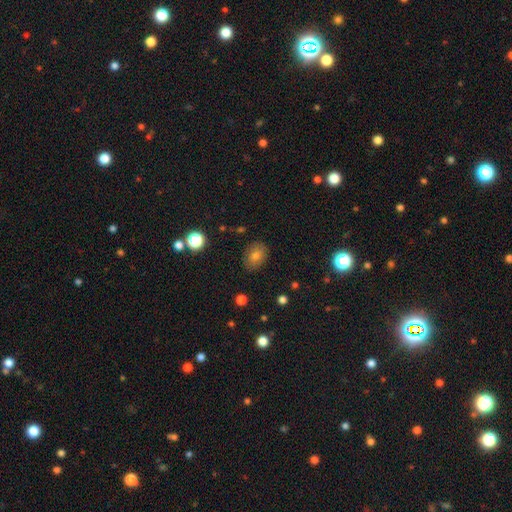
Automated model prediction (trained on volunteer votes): The model was most divided on "how rounded": in between: 66%, round: 33%, cigar-shaped: 1%. More confident: merging — none (84%); smooth or featured — smooth (74%).